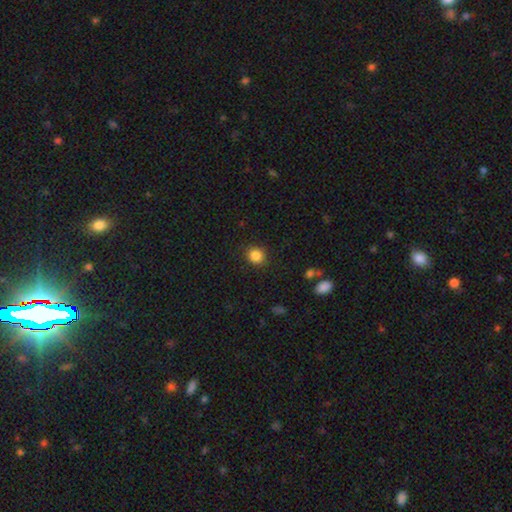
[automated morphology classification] Smooth or featured?
  - smooth: 86% *
  - star or artifact: 10%
  - featured or disk: 4%
How rounded?
  - round: 83% *
  - in between: 16%
  - cigar-shaped: 1%
Merging?
  - none: 89% *
  - minor disturbance: 8%
  - major disturbance: 2%
  - merger: 1%